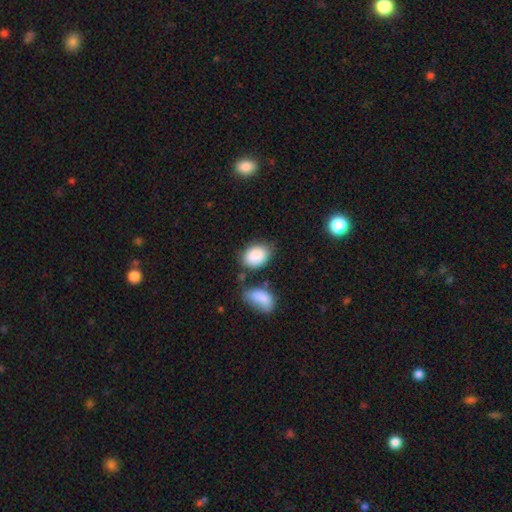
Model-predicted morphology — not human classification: smooth-or-featured: smooth: 87% | star or artifact: 7% | featured or disk: 6%
  how-rounded: in between: 80% | round: 19% | cigar-shaped: 1%
  merging: none: 62% | minor disturbance: 19% | merger: 13% | major disturbance: 6%